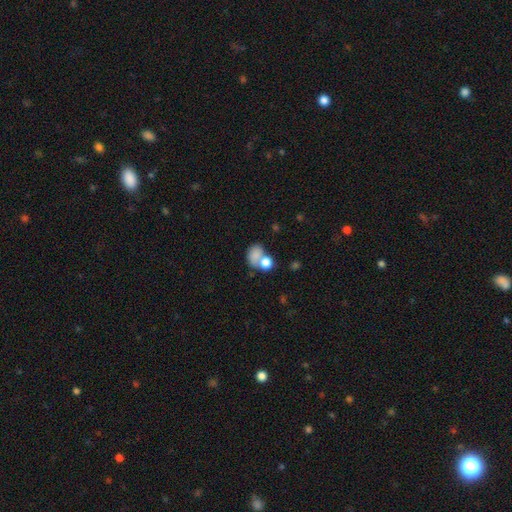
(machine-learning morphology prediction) A smooth galaxy with no disk features (77%) that is in between round and cigar-shaped (60%).

Vote fractions:
- Smooth or featured? smooth: 77% / featured or disk: 12% / star or artifact: 11%
- How rounded? in between: 60% / round: 39% / cigar-shaped: 1%
- Merging? merger: 43% / none: 35% / minor disturbance: 13% / major disturbance: 10%